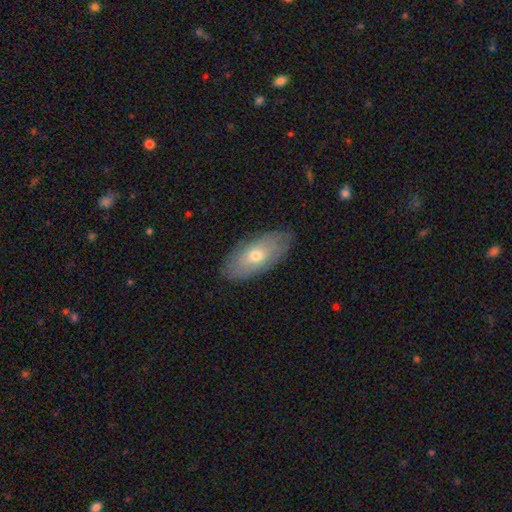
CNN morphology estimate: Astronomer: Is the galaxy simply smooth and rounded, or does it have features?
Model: smooth — 55% (runner-up: featured or disk, 38%).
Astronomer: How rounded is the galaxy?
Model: in between — 88%.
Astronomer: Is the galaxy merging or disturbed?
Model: none — 83%.